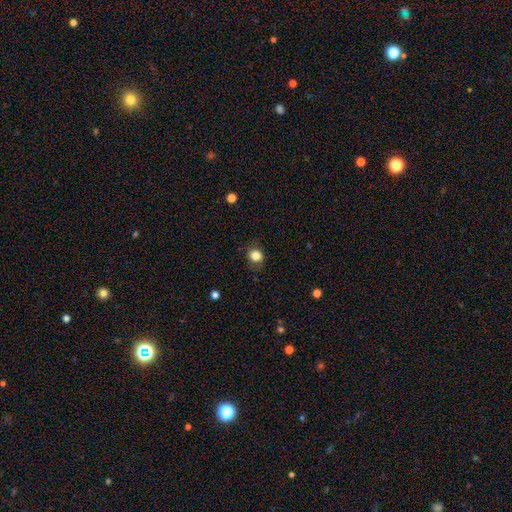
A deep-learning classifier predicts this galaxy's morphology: A smooth galaxy with no disk features (83%) that is round (81%). Merging: none (83%).